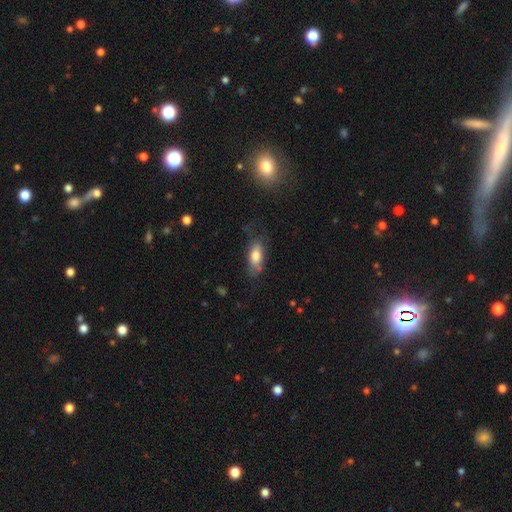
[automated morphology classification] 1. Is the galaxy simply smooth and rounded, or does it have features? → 76% smooth, 16% featured or disk, 7% star or artifact.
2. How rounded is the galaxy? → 81% in between, 16% cigar-shaped, 3% round.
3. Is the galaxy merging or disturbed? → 60% none, 25% minor disturbance, 11% major disturbance, 4% merger.